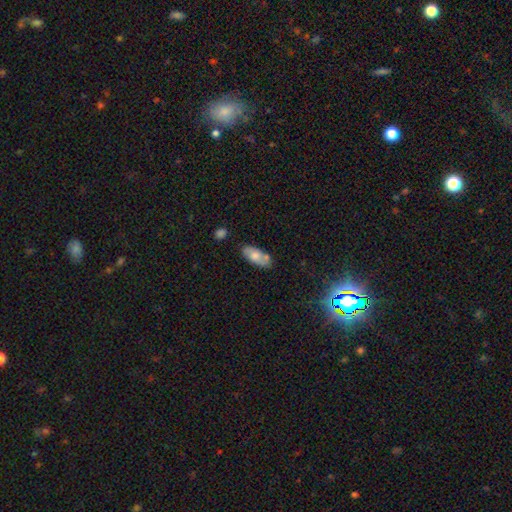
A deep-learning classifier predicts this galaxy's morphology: Q: Smooth or featured?
A: smooth (66%); runner-up: featured or disk (28%)
Q: How rounded?
A: in between (85%); runner-up: cigar-shaped (12%)
Q: Merging?
A: none (68%); runner-up: minor disturbance (19%)